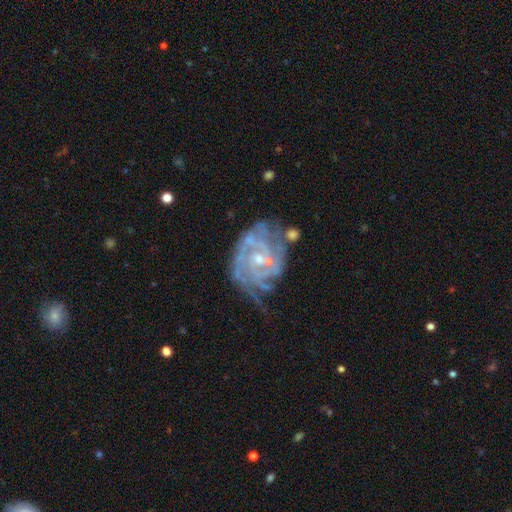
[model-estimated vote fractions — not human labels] Overall: featured or disk (77%). Edge-on disk: no (97%). Bar: weak (46%; no 39%). Spiral arms: yes (88%). Spiral arm count: can't tell (38%; 2 20%). Spiral winding: tight (59%; medium 31%). Bulge size: small (63%; moderate 29%). Merging: none (55%; minor disturbance 22%).